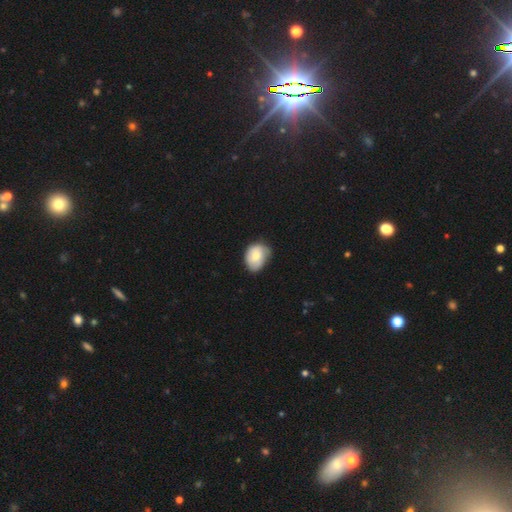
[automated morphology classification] Smooth or featured?
  - smooth: 71% *
  - featured or disk: 22%
  - star or artifact: 7%
How rounded?
  - in between: 61% *
  - round: 38%
  - cigar-shaped: 1%
Merging?
  - none: 55% *
  - minor disturbance: 37%
  - major disturbance: 7%
  - merger: 2%